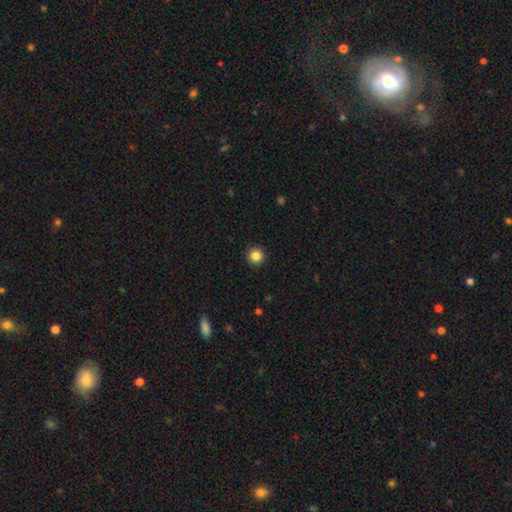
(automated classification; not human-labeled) Smooth or featured? smooth (85%)
How rounded? round (96%)
Merging? none (93%)